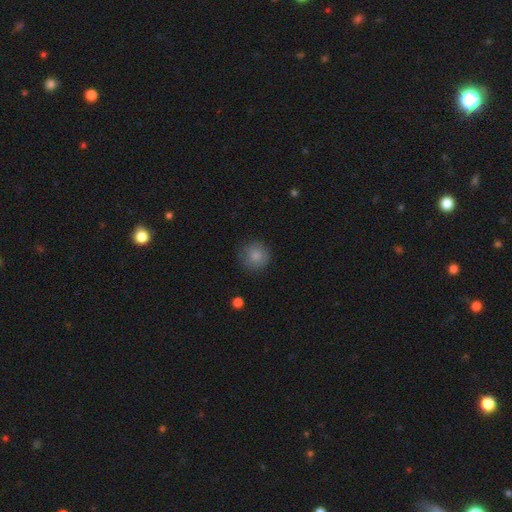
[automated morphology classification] A smooth galaxy with no disk features (84%) that is round (94%).

Vote fractions:
- Smooth or featured? smooth: 84% / star or artifact: 8% / featured or disk: 7%
- How rounded? round: 94% / in between: 5% / cigar-shaped: 1%
- Merging? none: 84% / minor disturbance: 12% / major disturbance: 3% / merger: 1%